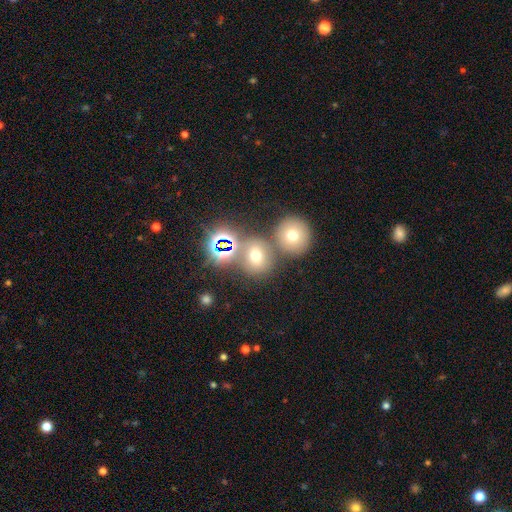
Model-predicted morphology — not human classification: This appears to be a smooth galaxy with no disk features (60%) that is round (73%). Merging: none (60%).